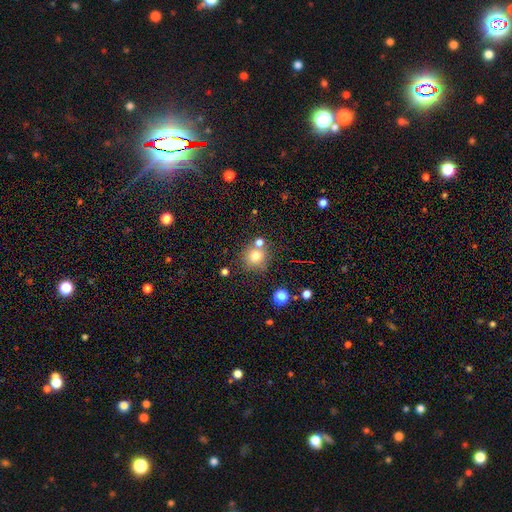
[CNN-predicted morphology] smooth-or-featured: smooth: 76% | star or artifact: 14% | featured or disk: 10%
  how-rounded: round: 90% | in between: 9% | cigar-shaped: 1%
  merging: none: 70% | merger: 16% | minor disturbance: 10% | major disturbance: 4%